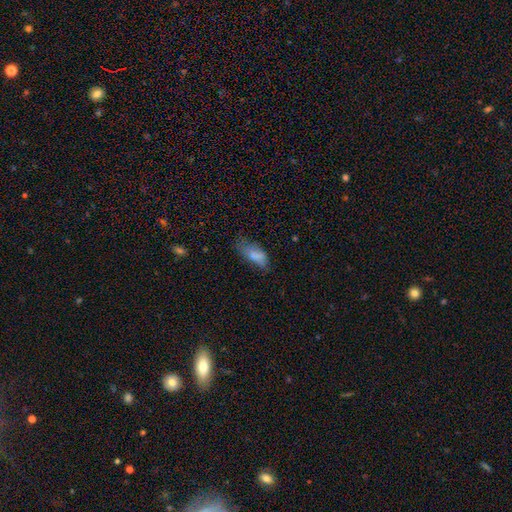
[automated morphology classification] smooth 75%, featured or disk 16%, star or artifact 10%. Down the decision tree: how rounded — in between (84%); merging — none (36%).